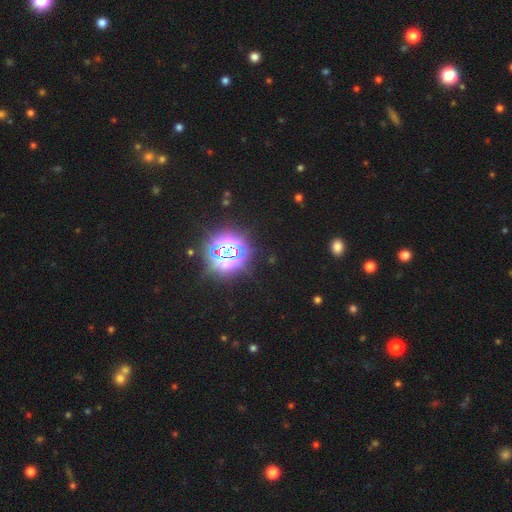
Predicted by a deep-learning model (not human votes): Smooth or featured: star or artifact — 77% (smooth — 15%)